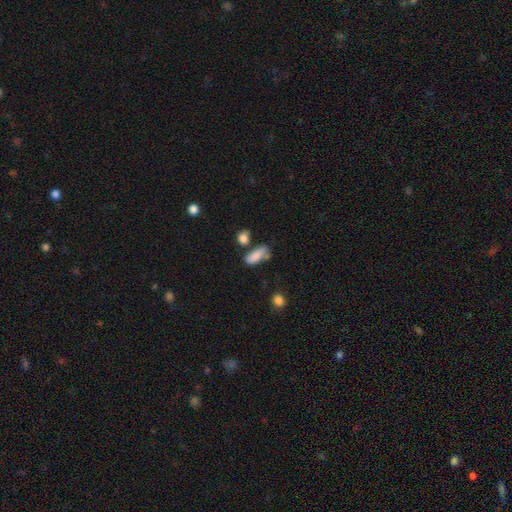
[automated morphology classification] smooth-or-featured: smooth: 82% | featured or disk: 10% | star or artifact: 9%
  how-rounded: in between: 78% | cigar-shaped: 18% | round: 4%
  merging: none: 48% | minor disturbance: 23% | merger: 19% | major disturbance: 9%